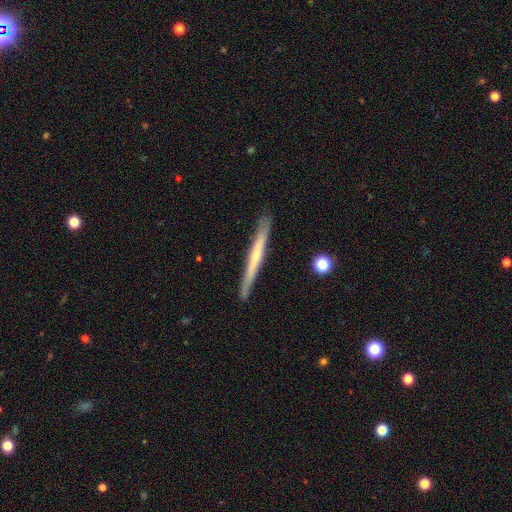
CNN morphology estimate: Overall: featured or disk (55%; smooth 40%). Edge-on disk: yes (96%). Edge-on bulge: none (65%; rounded 28%). Merging: none (89%).